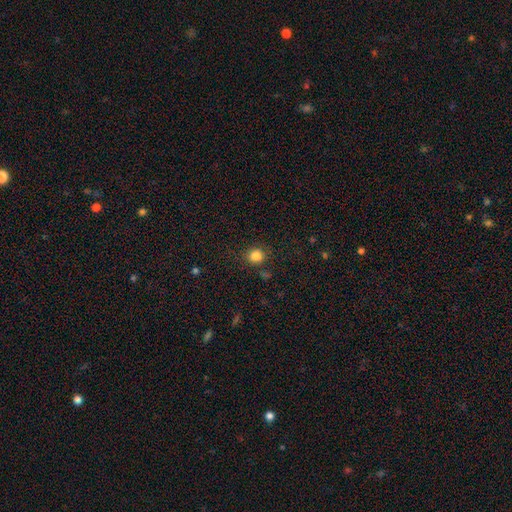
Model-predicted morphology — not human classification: Smooth or featured?
  - smooth: 84% *
  - star or artifact: 12%
  - featured or disk: 4%
How rounded?
  - round: 85% *
  - in between: 14%
  - cigar-shaped: 1%
Merging?
  - none: 84% *
  - minor disturbance: 10%
  - major disturbance: 3%
  - merger: 3%